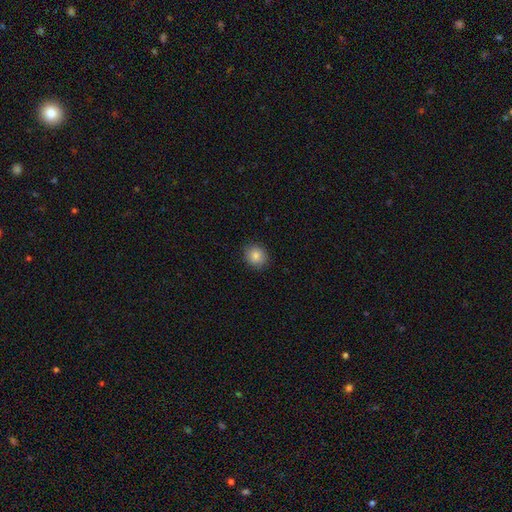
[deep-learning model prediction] Smooth or featured: smooth — 83% (star or artifact — 10%)
How rounded: round — 78% (in between — 22%)
Merging: none — 89% (minor disturbance — 8%)